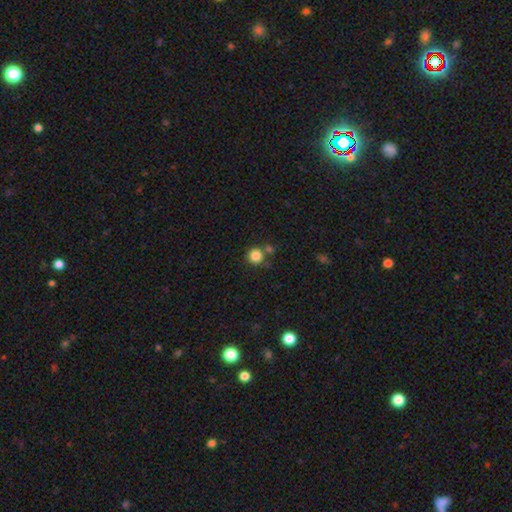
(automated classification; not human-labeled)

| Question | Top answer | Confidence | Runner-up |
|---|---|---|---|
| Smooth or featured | smooth | 84% | star or artifact (11%) |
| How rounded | round | 94% | in between (5%) |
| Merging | none | 72% | merger (15%) |